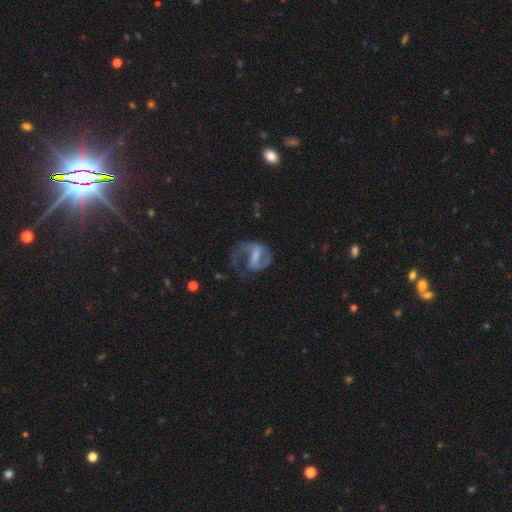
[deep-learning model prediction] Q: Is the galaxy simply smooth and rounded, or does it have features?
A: featured or disk — 79%.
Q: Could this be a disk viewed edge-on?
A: no — 97%.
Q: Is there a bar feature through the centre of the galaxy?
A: weak — 46%.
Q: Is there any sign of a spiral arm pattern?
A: yes — 88%.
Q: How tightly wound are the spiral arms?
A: medium — 49%.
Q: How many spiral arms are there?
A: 2 — 60%.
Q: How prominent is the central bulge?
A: small — 36%.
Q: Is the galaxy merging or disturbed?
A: none — 40%.